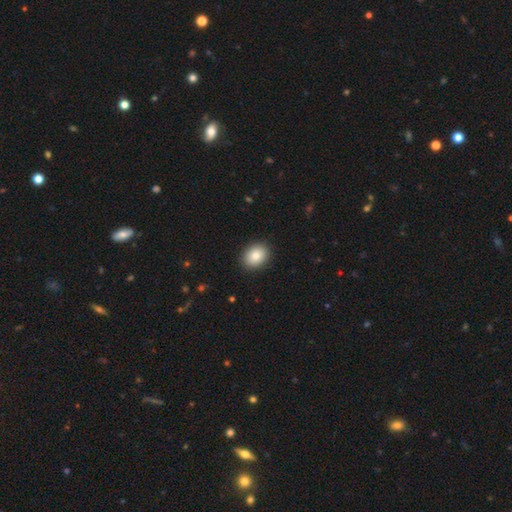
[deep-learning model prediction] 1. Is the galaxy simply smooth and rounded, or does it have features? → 85% smooth, 8% star or artifact, 7% featured or disk.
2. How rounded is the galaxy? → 59% in between, 40% round, 1% cigar-shaped.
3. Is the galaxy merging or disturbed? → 90% none, 7% minor disturbance, 2% major disturbance, 1% merger.